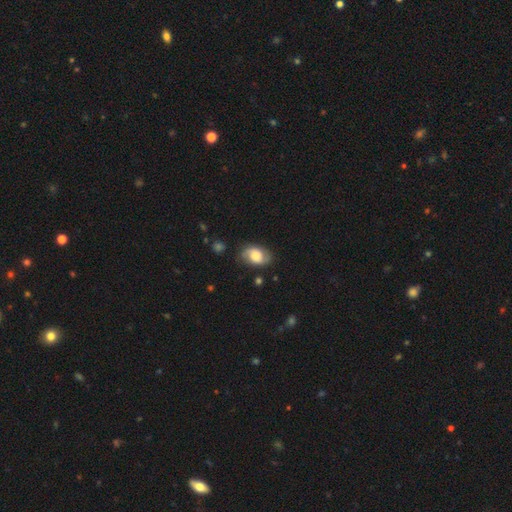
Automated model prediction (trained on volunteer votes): Morphology: type=smooth (47%); merging=none (74%).